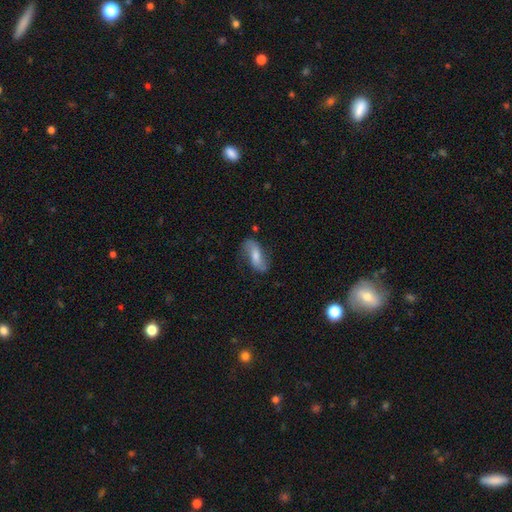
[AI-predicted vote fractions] Q: Smooth or featured?
A: smooth (47%); runner-up: featured or disk (46%)
Q: Merging?
A: none (67%); runner-up: minor disturbance (22%)